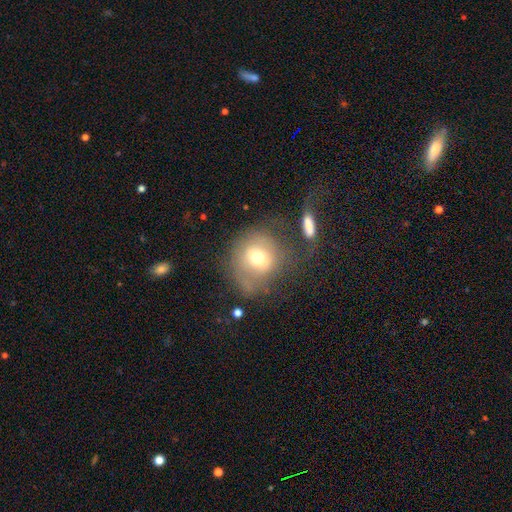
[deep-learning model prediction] Smooth or featured? smooth (58%)
How rounded? round (82%)
Merging? none (42%)